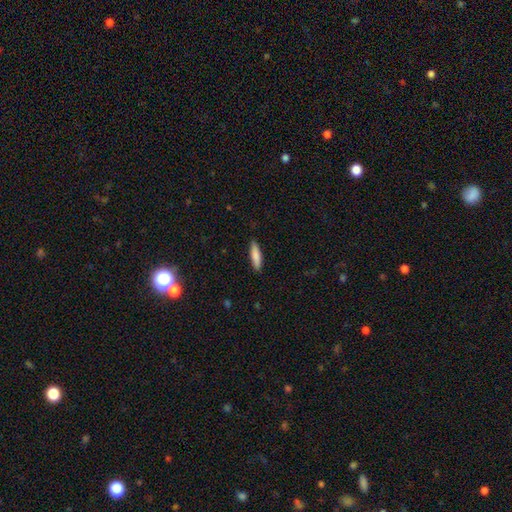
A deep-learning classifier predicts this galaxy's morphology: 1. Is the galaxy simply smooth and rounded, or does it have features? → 82% smooth, 12% featured or disk, 6% star or artifact.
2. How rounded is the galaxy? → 75% cigar-shaped, 23% in between, 1% round.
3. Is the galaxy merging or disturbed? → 89% none, 8% minor disturbance, 2% major disturbance, 1% merger.